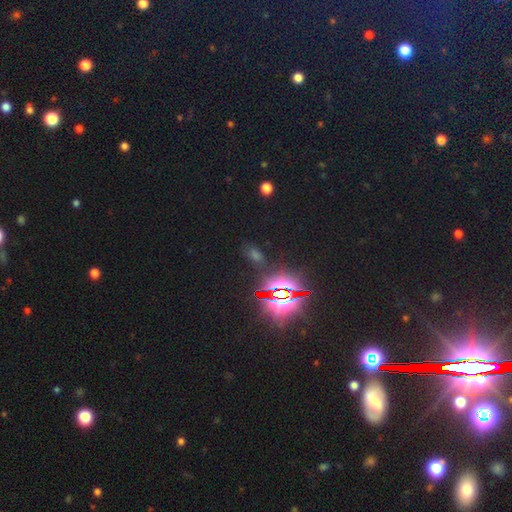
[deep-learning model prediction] This appears to be a star or artifact, not a galaxy (69%).